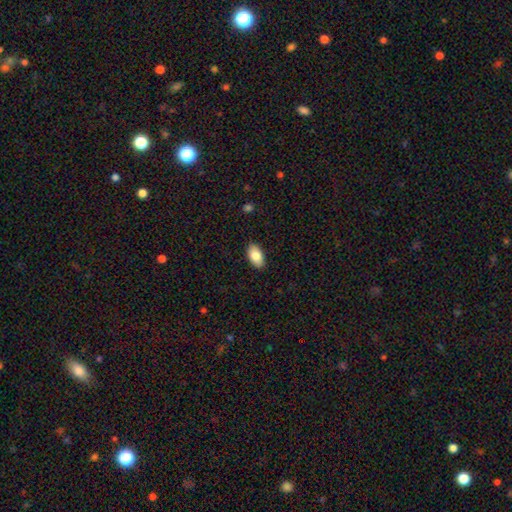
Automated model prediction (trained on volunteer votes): Smooth or featured? Predicted: smooth (p=0.84). How rounded? Predicted: in between (p=0.94). Merging? Predicted: none (p=0.88).